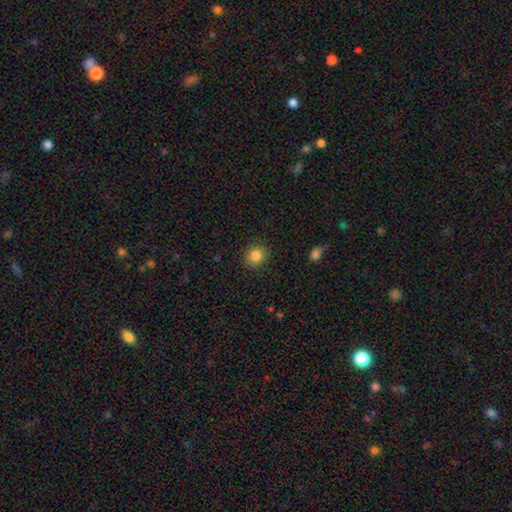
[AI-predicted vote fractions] A smooth galaxy with no disk features (84%) that is round (81%). Merging: none (89%).